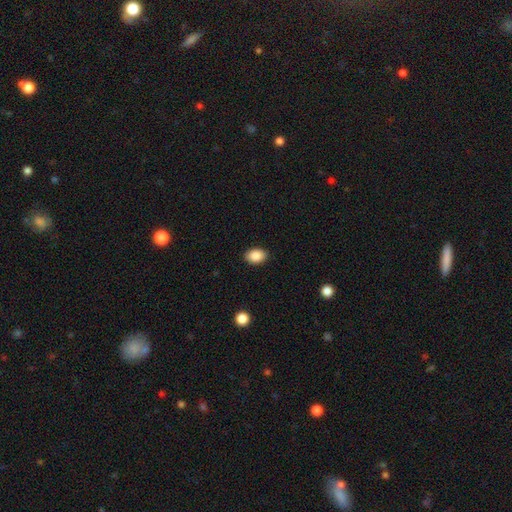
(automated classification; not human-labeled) smooth-or-featured: smooth: 88% | star or artifact: 8% | featured or disk: 4%
  how-rounded: in between: 84% | round: 15% | cigar-shaped: 1%
  merging: none: 89% | minor disturbance: 8% | major disturbance: 2% | merger: 1%